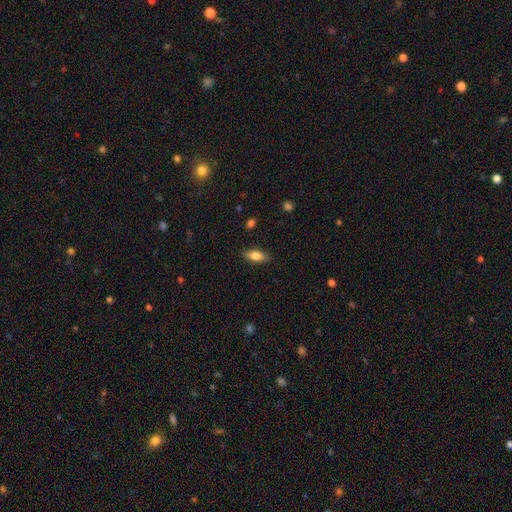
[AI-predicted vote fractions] Smooth or featured? smooth (72%)
How rounded? in between (75%)
Merging? none (85%)